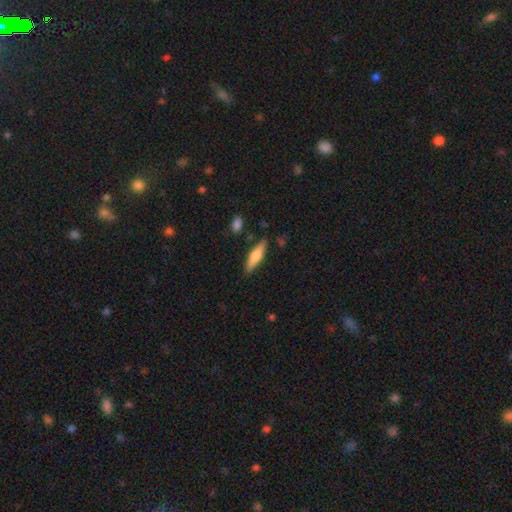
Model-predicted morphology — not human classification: A smooth galaxy with no disk features (50%) that is cigar-shaped (66%). Merging: none (84%).